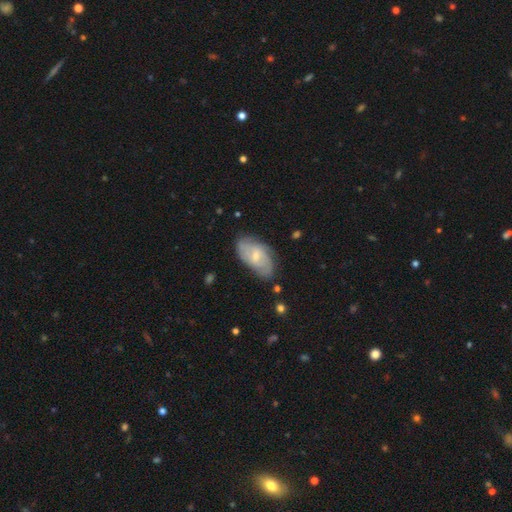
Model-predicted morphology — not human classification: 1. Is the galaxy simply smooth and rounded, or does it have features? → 57% featured or disk, 36% smooth, 7% star or artifact.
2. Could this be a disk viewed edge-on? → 93% no, 7% yes.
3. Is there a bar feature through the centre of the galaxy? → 47% weak, 45% no, 9% strong.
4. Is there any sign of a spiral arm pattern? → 79% yes, 21% no.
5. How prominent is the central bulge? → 57% small, 37% moderate, 3% none, 2% large, 1% dominant.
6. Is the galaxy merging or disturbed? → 68% none, 24% minor disturbance, 6% major disturbance, 2% merger.